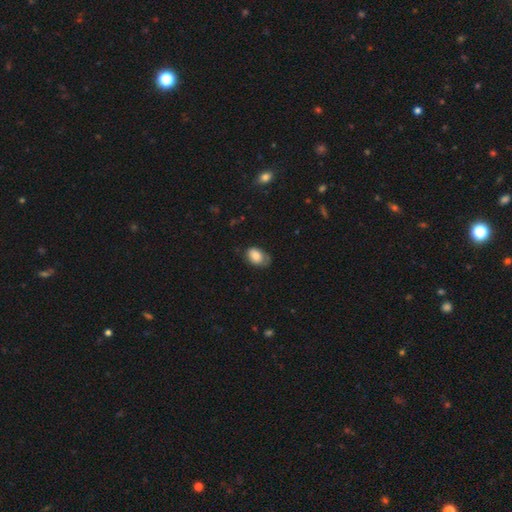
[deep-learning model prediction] This is likely a smooth galaxy (79%). How rounded: clearly in between (84%). Merging: possibly none (53%).